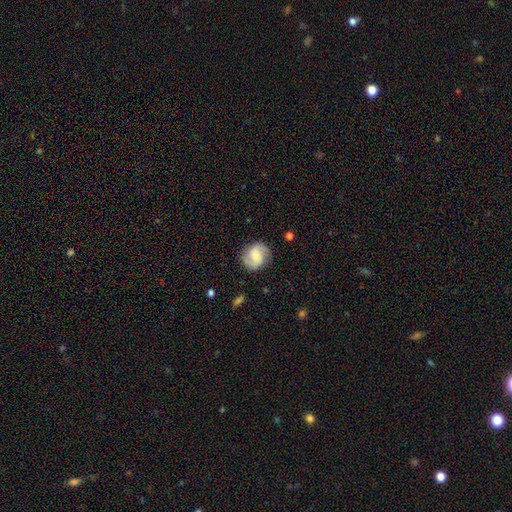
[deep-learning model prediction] This is possibly a featured or disk galaxy (59%). It is clearly not viewed edge-on (98%). Bar: possibly no (48%). Spiral arm pattern: clearly yes (92%). Spiral arm count: clearly 2 (86%). Spiral winding: possibly medium (45%). Central bulge: possibly moderate (46%). Merging: clearly none (83%).